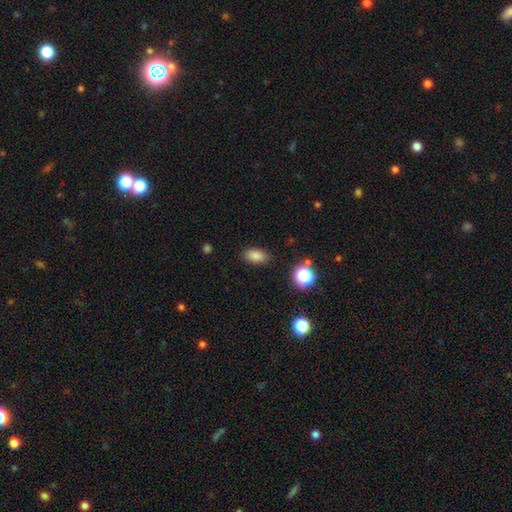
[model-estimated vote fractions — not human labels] smooth 83%, star or artifact 12%, featured or disk 5%. Down the decision tree: how rounded — in between (87%); merging — none (85%).